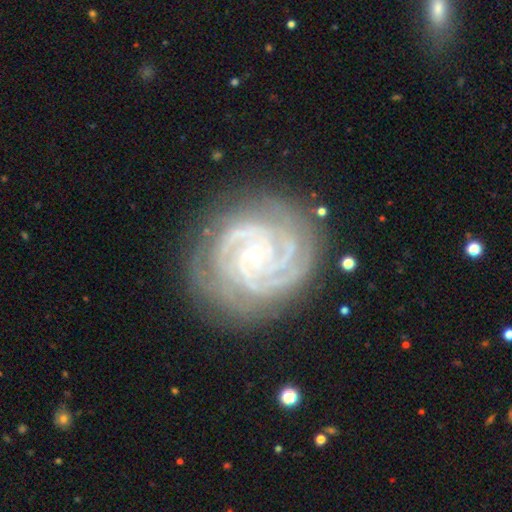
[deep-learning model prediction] Smooth or featured?
  - featured or disk: 91% *
  - star or artifact: 6%
  - smooth: 4%
Edge-on disk?
  - no: 98% *
  - yes: 2%
Bar?
  - no: 74% *
  - weak: 17%
  - strong: 9%
Spiral arms?
  - yes: 98% *
  - no: 2%
Spiral winding?
  - tight: 80% *
  - medium: 18%
  - loose: 2%
Spiral arm count?
  - 4: 28% * (tied)
  - 3: 28% * (tied)
  - 2: 13%
  - can't tell: 12%
  - more than 4: 11%
  - 1: 7%
Bulge size?
  - small: 88% *
  - moderate: 8%
  - none: 2%
  - large: 1%
  - dominant: 1%
Merging?
  - none: 81% *
  - minor disturbance: 13%
  - major disturbance: 4%
  - merger: 1%